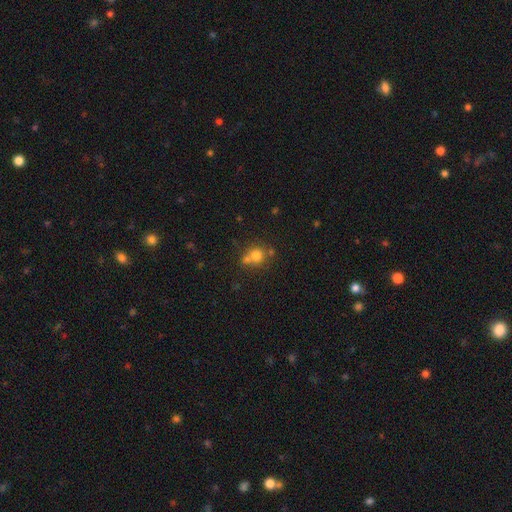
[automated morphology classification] smooth_or_featured: smooth (p=0.74) [alt: star or artifact p=0.14]
how_rounded: round (p=0.85) [alt: in between p=0.14]
merging: none (p=0.51) [alt: merger p=0.36]